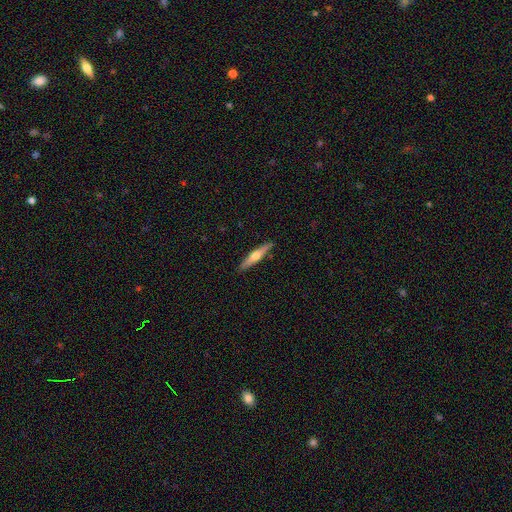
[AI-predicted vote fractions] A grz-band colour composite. It shows a featured or disk galaxy (53%) viewed edge-on (95%) with a rounded central bulge (90%). Merging: none (90%).